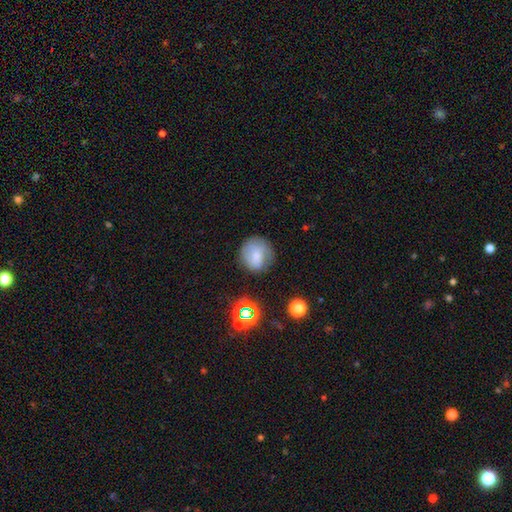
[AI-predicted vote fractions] Morphology: type=smooth (70%); roundness=round (85%); merging=none (70%).